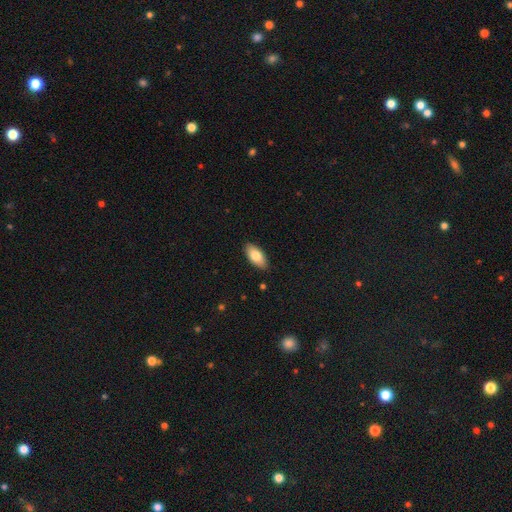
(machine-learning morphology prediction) Smooth or featured? smooth (79%)
How rounded? in between (90%)
Merging? none (89%)